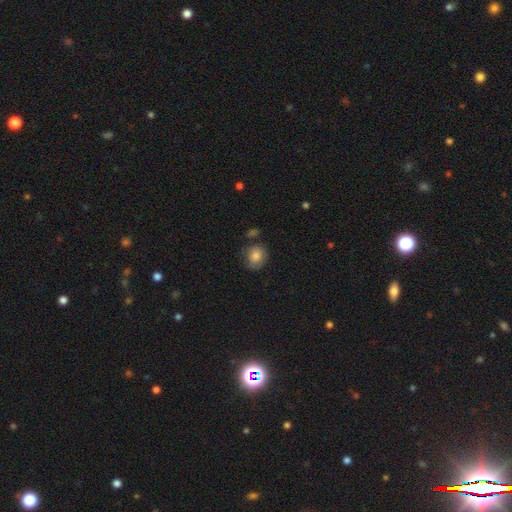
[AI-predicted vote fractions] Smooth or featured? smooth (81%)
How rounded? round (78%)
Merging? none (68%)